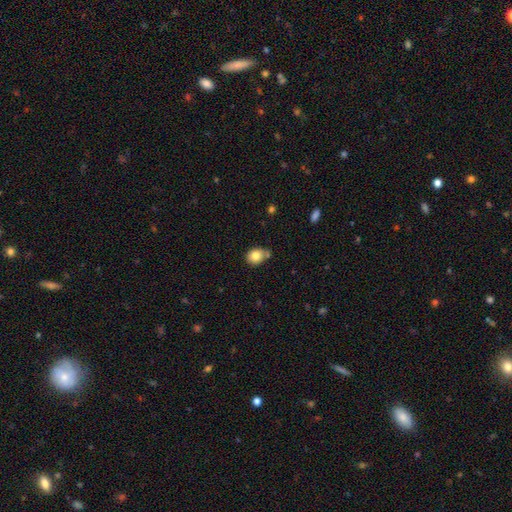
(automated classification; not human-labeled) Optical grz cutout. It shows a smooth galaxy with no disk features (82%) that is round (59%). Merging: none (57%).